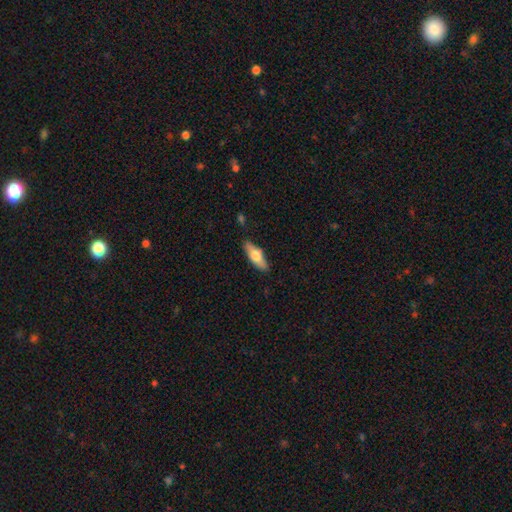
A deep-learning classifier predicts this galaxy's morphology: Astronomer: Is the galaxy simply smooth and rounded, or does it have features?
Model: smooth — 63%.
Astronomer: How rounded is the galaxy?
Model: in between — 61% (runner-up: cigar-shaped, 37%).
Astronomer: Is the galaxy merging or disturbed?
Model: none — 84%.